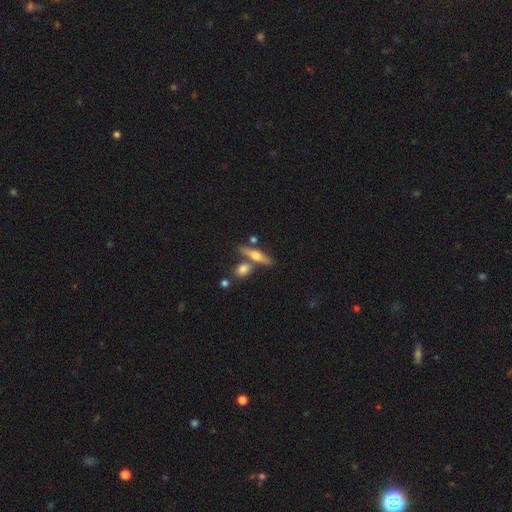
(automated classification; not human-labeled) This is possibly a featured or disk galaxy (55%). It is clearly viewed edge-on (93%). Edge-on bulge: clearly rounded (91%). Merging: likely none (70%).